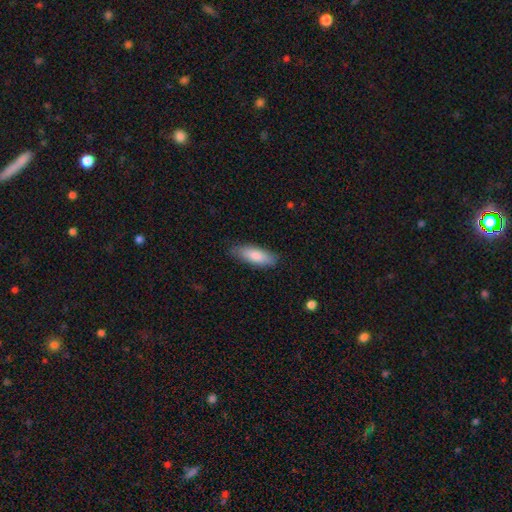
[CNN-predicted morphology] smooth 82%, featured or disk 12%, star or artifact 5%. Down the decision tree: how rounded — in between (65%); merging — none (82%).